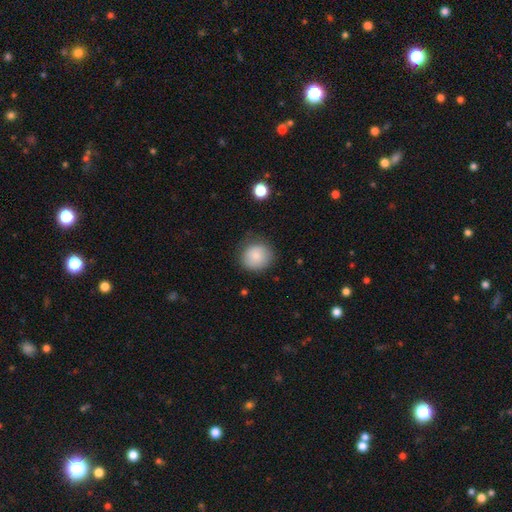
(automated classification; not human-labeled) Smooth or featured? smooth (84%)
How rounded? round (88%)
Merging? none (73%)